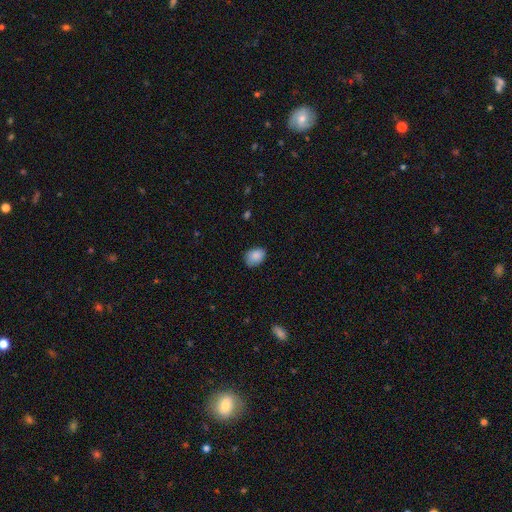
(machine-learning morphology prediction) type=smooth (87%); roundness=in between (74%); merging=none (77%).